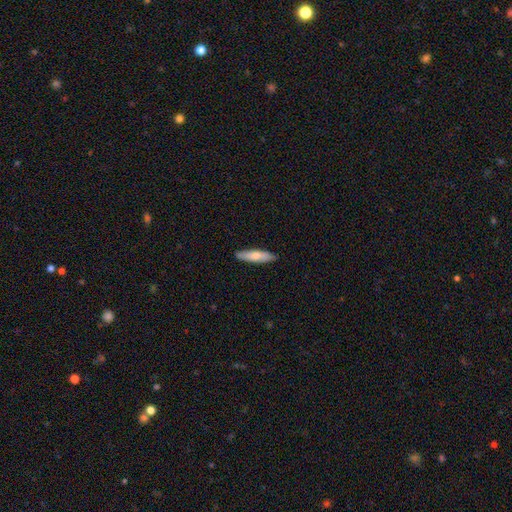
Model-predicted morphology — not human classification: A smooth galaxy with no disk features (72%) that is cigar-shaped (74%).

Vote fractions:
- Smooth or featured? smooth: 72% / featured or disk: 23% / star or artifact: 5%
- How rounded? cigar-shaped: 74% / in between: 24% / round: 1%
- Merging? none: 87% / minor disturbance: 10% / major disturbance: 2% / merger: 1%